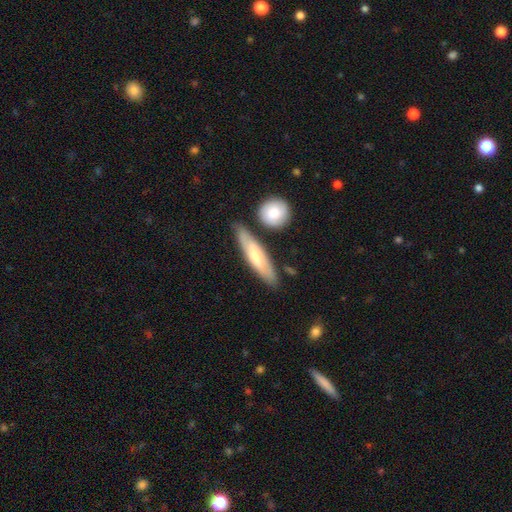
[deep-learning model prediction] Smooth or featured? Predicted: smooth (p=0.57). How rounded? Predicted: cigar-shaped (p=0.73). Merging? Predicted: none (p=0.72).